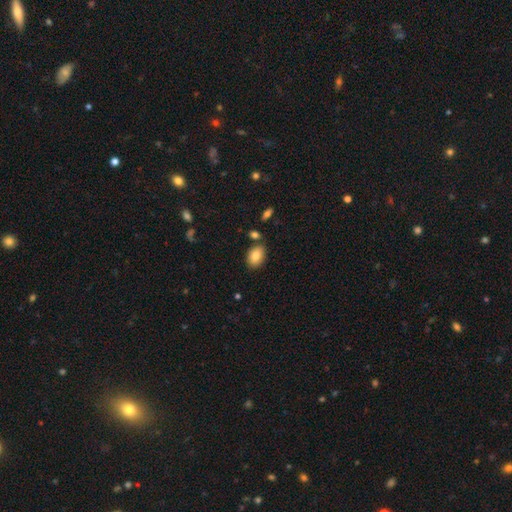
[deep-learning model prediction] This is clearly a smooth galaxy (85%). How rounded: clearly in between (86%). Merging: likely none (79%).